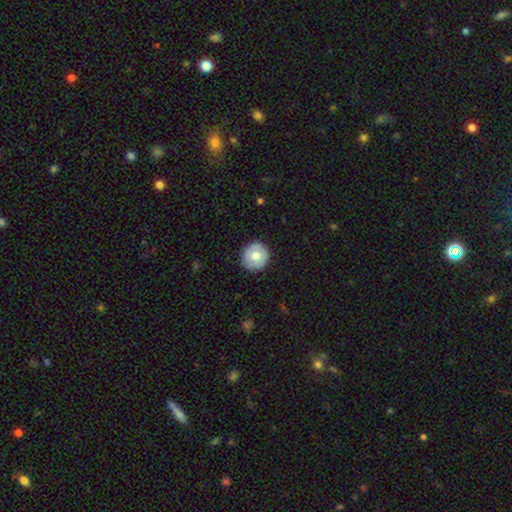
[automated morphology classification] The model was most divided on "smooth or featured": smooth: 63%, featured or disk: 30%, star or artifact: 6%. More confident: how rounded — round (91%); merging — none (88%).